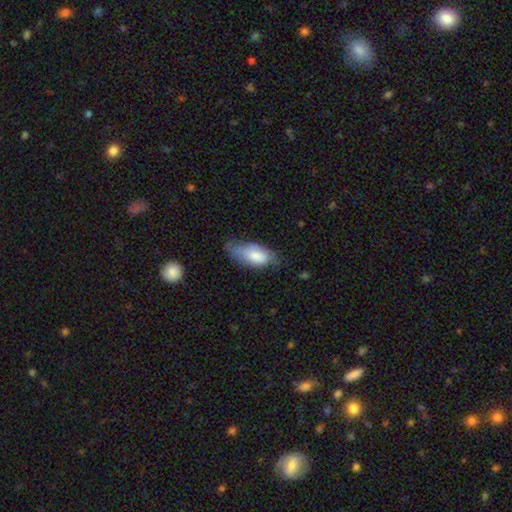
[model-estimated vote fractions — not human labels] This appears to be a smooth galaxy with no disk features (76%) that is in between round and cigar-shaped (88%). Merging: minor disturbance (41%).